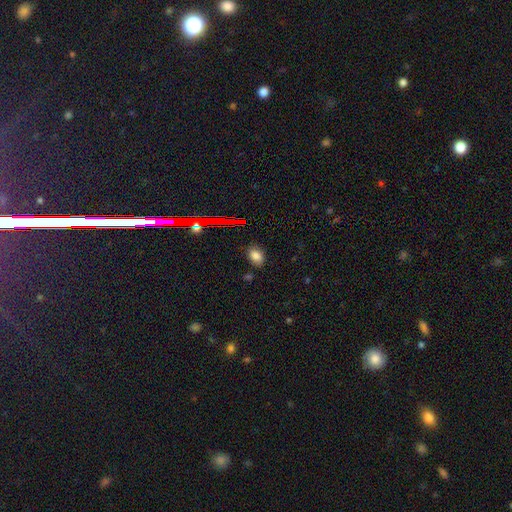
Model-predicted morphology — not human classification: Q: Smooth or featured?
A: smooth (77%); runner-up: star or artifact (15%)
Q: How rounded?
A: in between (80%); runner-up: round (18%)
Q: Merging?
A: none (80%); runner-up: minor disturbance (14%)